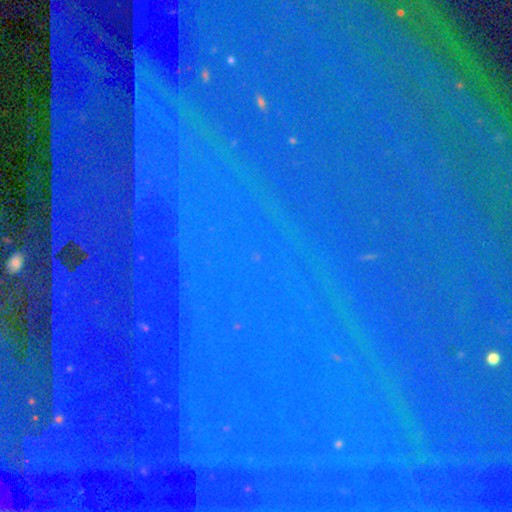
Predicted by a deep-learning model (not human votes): The model was most divided on "smooth or featured": star or artifact: 85%, smooth: 7%, featured or disk: 7%.